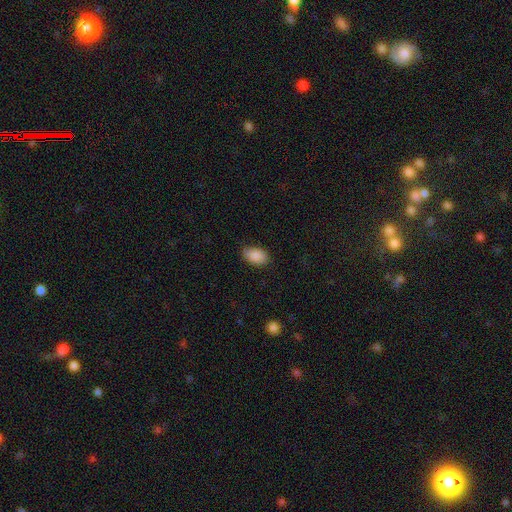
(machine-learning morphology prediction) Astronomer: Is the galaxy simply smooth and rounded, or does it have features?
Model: smooth — 88%.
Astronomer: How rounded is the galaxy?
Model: in between — 90%.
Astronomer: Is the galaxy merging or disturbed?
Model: none — 77%.